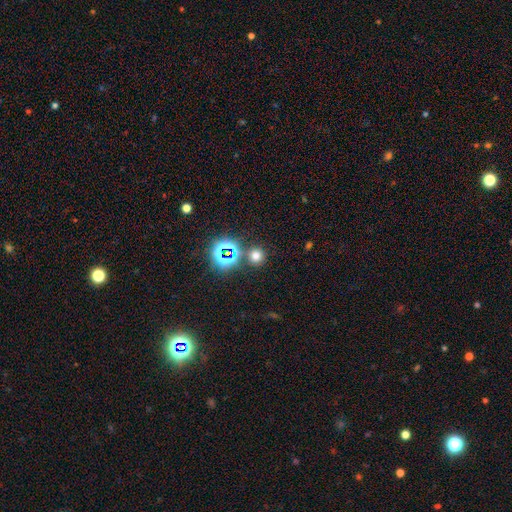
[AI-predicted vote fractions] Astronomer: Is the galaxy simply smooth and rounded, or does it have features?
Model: smooth — 63%.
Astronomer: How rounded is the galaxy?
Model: round — 90%.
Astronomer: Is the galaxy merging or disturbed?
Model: none — 80%.